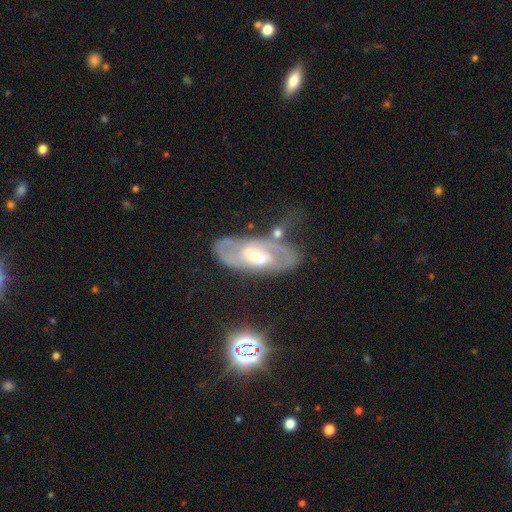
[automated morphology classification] This is likely a featured or disk galaxy (78%). It is clearly not viewed edge-on (93%). Bar: possibly no (47%). Spiral arm pattern: likely yes (79%). Spiral arm count: possibly 2 (58%). Spiral winding: marginally tight (43%). Central bulge: possibly small (49%). Merging: possibly none (50%).